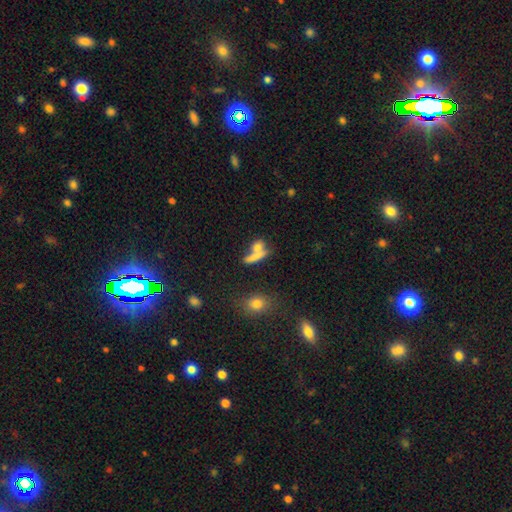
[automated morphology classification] Smooth or featured? Predicted: smooth (p=0.70). How rounded? Predicted: cigar-shaped (p=0.40). Merging? Predicted: merger (p=0.42).